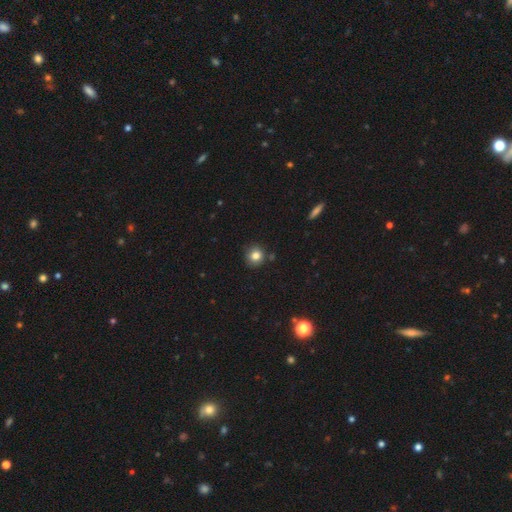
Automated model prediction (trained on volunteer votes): The model was most divided on "smooth or featured": smooth: 82%, star or artifact: 12%, featured or disk: 7%. More confident: how rounded — round (90%); merging — none (84%).